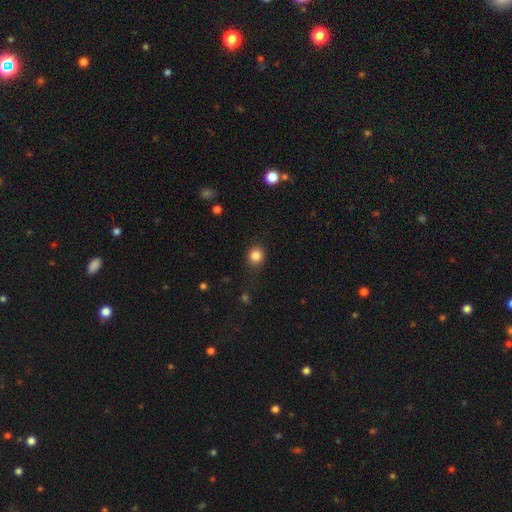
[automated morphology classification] Smooth or featured? Predicted: smooth (p=0.84). How rounded? Predicted: round (p=0.83). Merging? Predicted: none (p=0.84).